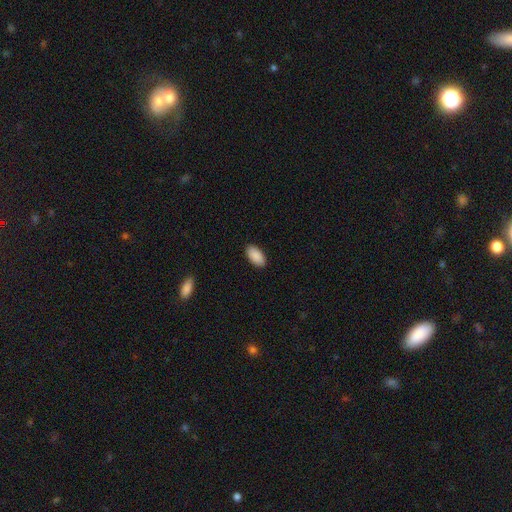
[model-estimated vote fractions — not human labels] This appears to be a smooth galaxy with no disk features (91%) that is in between round and cigar-shaped (95%). Merging: none (90%).